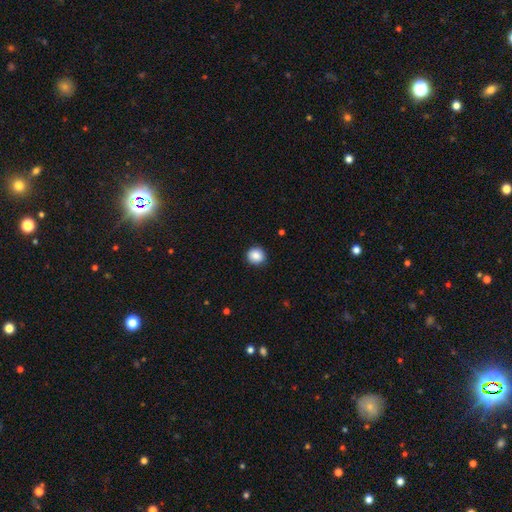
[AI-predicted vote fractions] Q: Smooth or featured?
A: smooth (88%); runner-up: star or artifact (9%)
Q: How rounded?
A: round (91%); runner-up: in between (9%)
Q: Merging?
A: none (91%); runner-up: minor disturbance (7%)